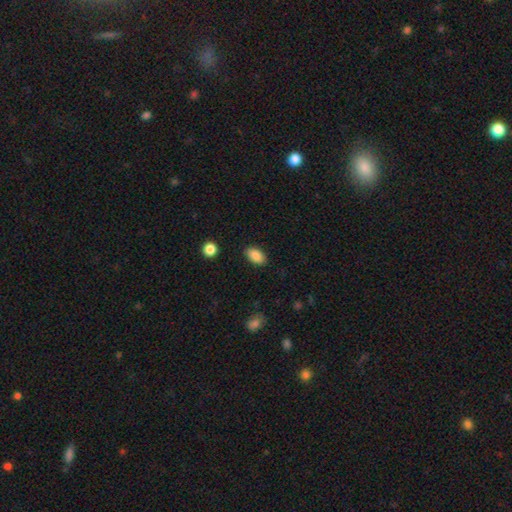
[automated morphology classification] Smooth or featured? Predicted: smooth (p=0.88). How rounded? Predicted: in between (p=0.92). Merging? Predicted: none (p=0.87).